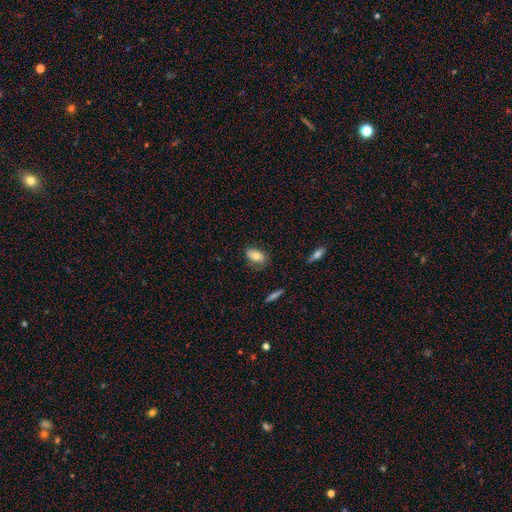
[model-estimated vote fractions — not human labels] Smooth or featured? Predicted: smooth (p=0.75). How rounded? Predicted: in between (p=0.90). Merging? Predicted: none (p=0.72).